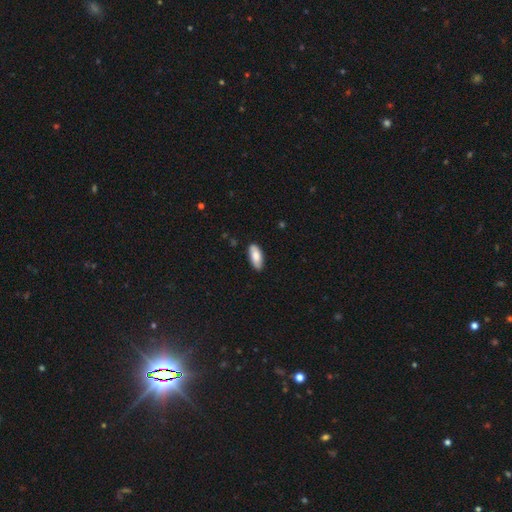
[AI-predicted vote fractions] Overall: smooth (79%). How rounded: in between (83%). Merging: none (84%).